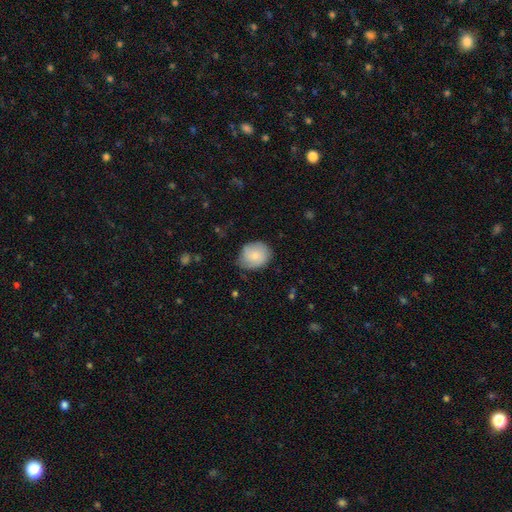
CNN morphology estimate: The model was most divided on "how rounded": round: 60%, in between: 40%, cigar-shaped: 1%. More confident: smooth or featured — smooth (77%); merging — none (70%).